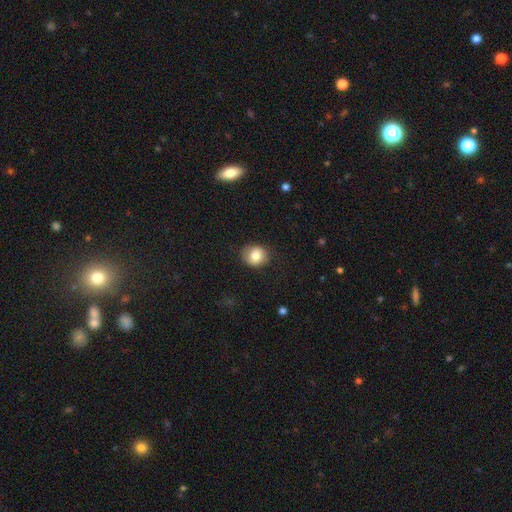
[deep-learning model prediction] Morphology: type=smooth (82%); roundness=round (72%); merging=none (80%).